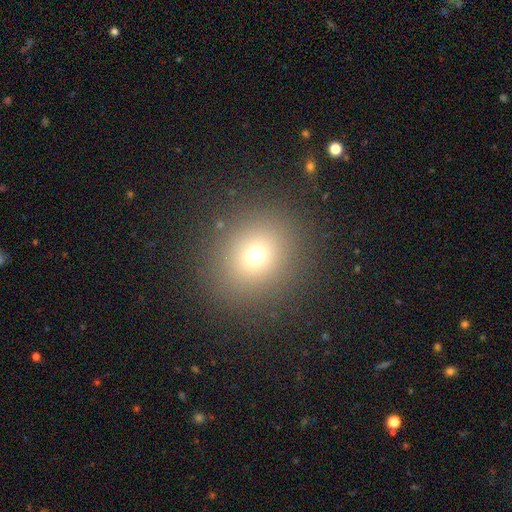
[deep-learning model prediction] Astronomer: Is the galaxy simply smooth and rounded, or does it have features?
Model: smooth — 69%.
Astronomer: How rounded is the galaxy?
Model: round — 82%.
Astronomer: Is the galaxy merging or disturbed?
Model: none — 88%.